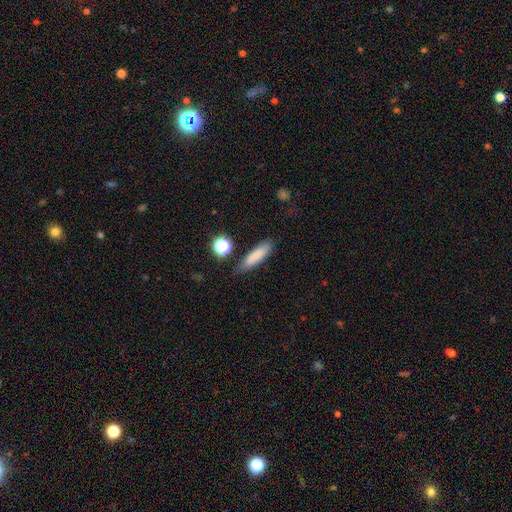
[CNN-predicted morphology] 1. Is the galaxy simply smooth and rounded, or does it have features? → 80% smooth, 11% featured or disk, 10% star or artifact.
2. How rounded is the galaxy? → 66% cigar-shaped, 31% in between, 3% round.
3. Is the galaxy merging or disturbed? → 78% none, 14% minor disturbance, 4% major disturbance, 3% merger.